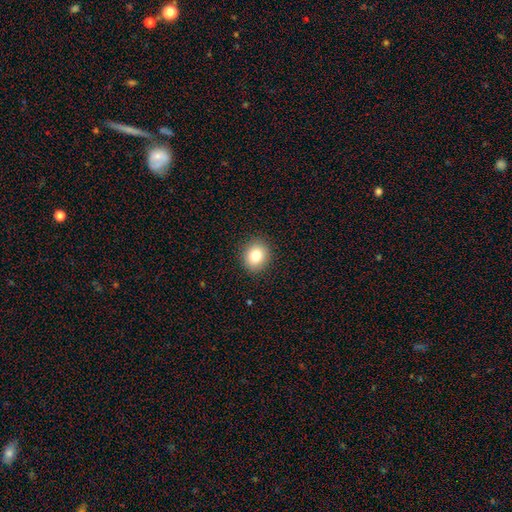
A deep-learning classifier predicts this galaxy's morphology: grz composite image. It shows a smooth galaxy with no disk features (80%) that is round (72%). Merging: none (90%).